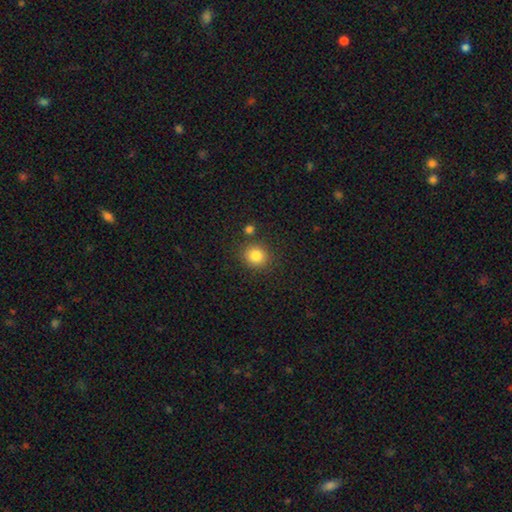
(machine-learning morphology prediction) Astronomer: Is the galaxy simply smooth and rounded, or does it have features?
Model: smooth — 83%.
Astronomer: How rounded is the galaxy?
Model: round — 84%.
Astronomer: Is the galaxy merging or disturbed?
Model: none — 83%.